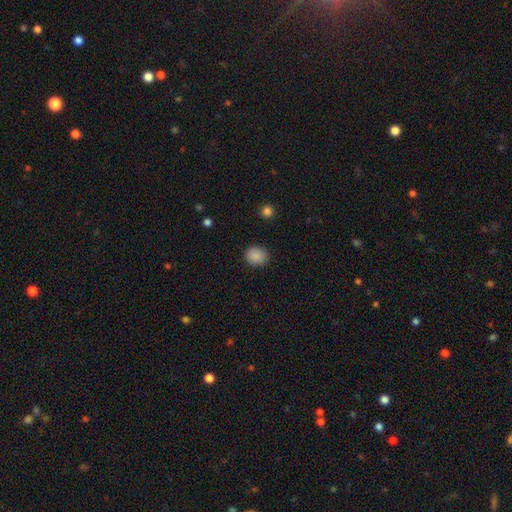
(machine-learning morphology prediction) Smooth or featured? Predicted: smooth (p=0.88). How rounded? Predicted: round (p=0.63). Merging? Predicted: none (p=0.88).